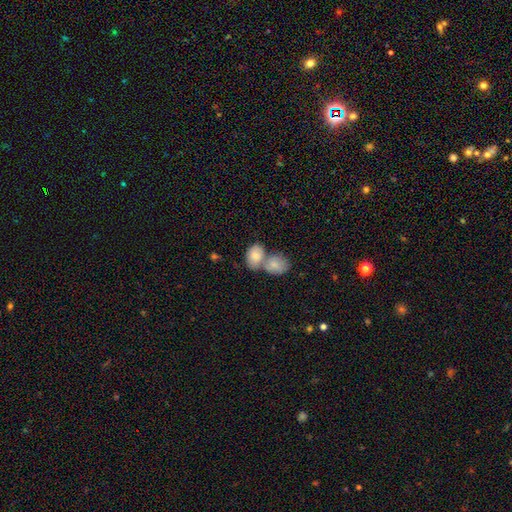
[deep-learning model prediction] smooth 77%, featured or disk 15%, star or artifact 8%. Down the decision tree: how rounded — in between (73%); merging — merger (58%).